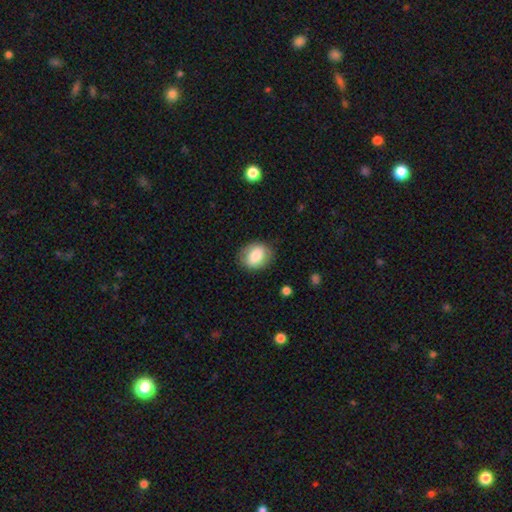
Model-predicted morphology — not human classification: Q: Smooth or featured?
A: smooth (80%); runner-up: featured or disk (13%)
Q: How rounded?
A: in between (51%); runner-up: round (48%)
Q: Merging?
A: none (82%); runner-up: minor disturbance (13%)